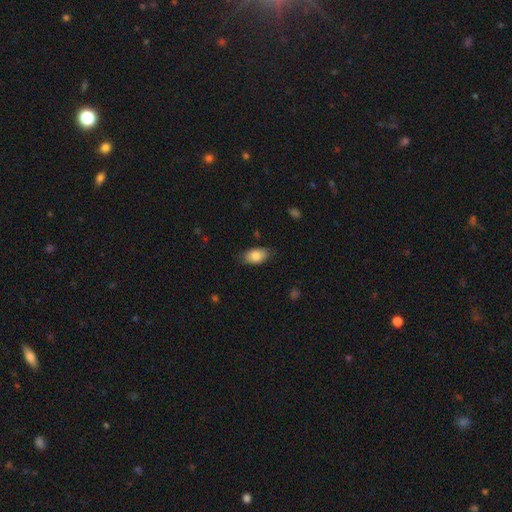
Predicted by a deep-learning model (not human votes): smooth-or-featured: smooth: 82% | featured or disk: 11% | star or artifact: 7%
  how-rounded: in between: 91% | round: 6% | cigar-shaped: 2%
  merging: none: 77% | minor disturbance: 18% | major disturbance: 4% | merger: 1%